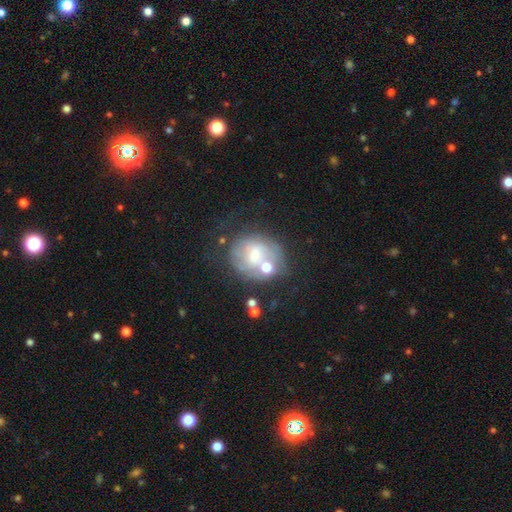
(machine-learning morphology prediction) This is possibly a featured or disk galaxy (46%). Merging: marginally none (39%).